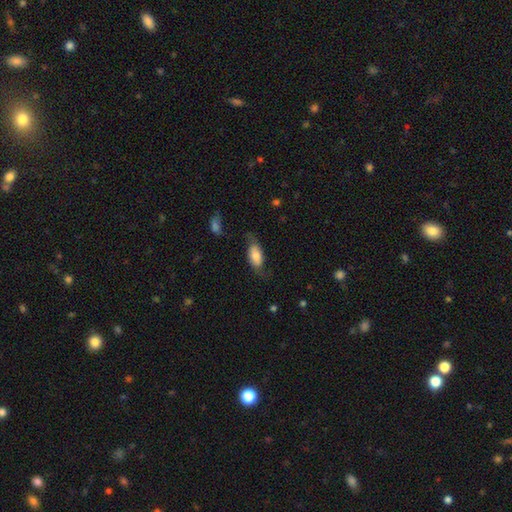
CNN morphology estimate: Smooth or featured? smooth (61%)
How rounded? in between (90%)
Merging? none (54%)